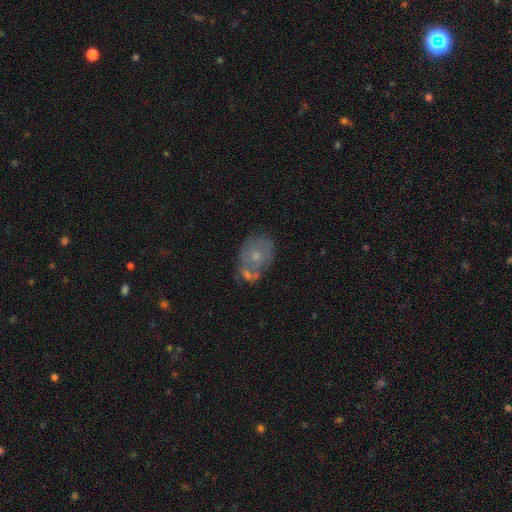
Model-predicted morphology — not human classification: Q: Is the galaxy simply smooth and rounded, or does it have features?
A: featured or disk — 49%.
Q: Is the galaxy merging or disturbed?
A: none — 45%.